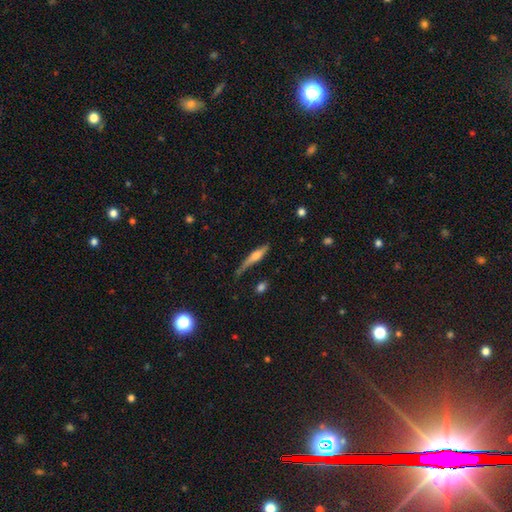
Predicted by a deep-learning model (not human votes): smooth-or-featured: featured or disk: 47% | smooth: 46% | star or artifact: 7%
  merging: none: 57% | minor disturbance: 28% | major disturbance: 10% | merger: 5%